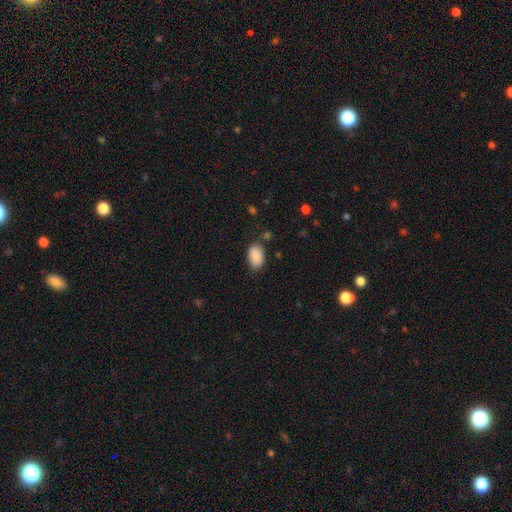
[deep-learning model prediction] Smooth or featured? smooth (89%)
How rounded? in between (90%)
Merging? none (75%)